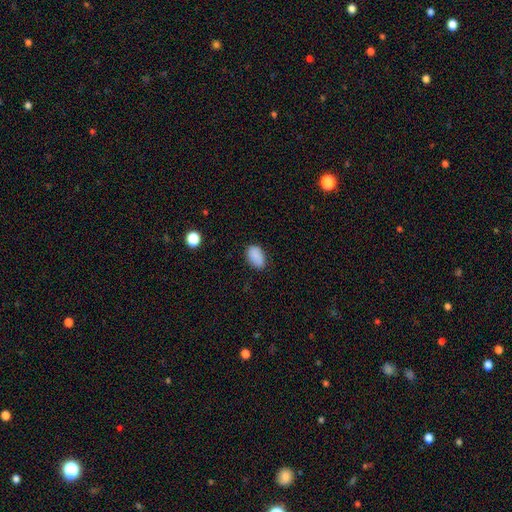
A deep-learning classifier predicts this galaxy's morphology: This appears to be a smooth galaxy with no disk features (88%) that is in between round and cigar-shaped (90%). Merging: none (78%).